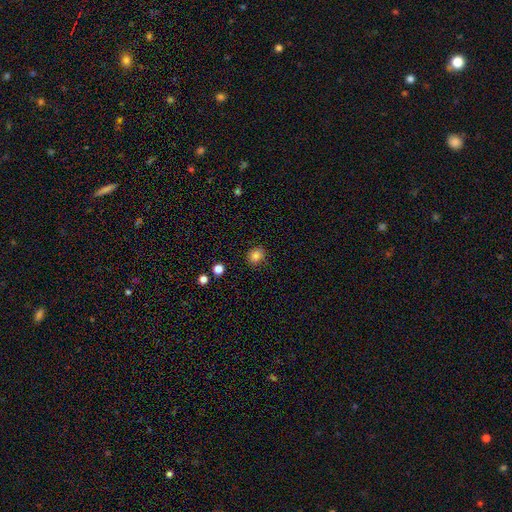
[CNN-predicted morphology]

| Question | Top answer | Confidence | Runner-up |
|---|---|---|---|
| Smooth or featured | smooth | 83% | star or artifact (11%) |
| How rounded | round | 69% | in between (30%) |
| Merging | none | 85% | minor disturbance (11%) |